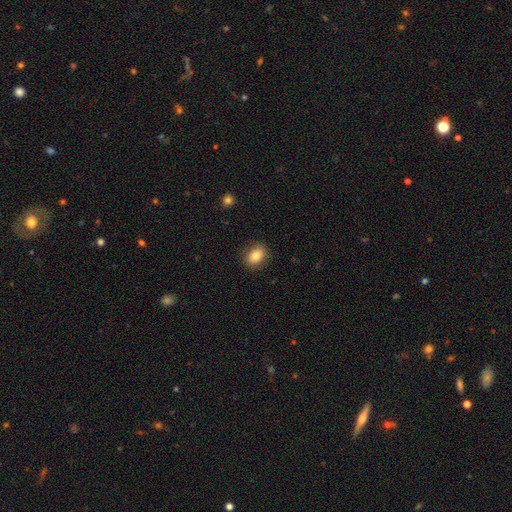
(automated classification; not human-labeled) This appears to be a smooth galaxy with no disk features (84%) that is in between round and cigar-shaped (66%). Merging: none (86%).